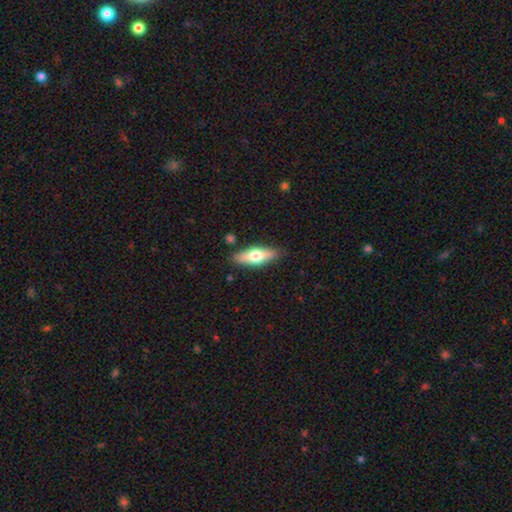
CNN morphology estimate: Q: Smooth or featured?
A: smooth (55%); runner-up: featured or disk (39%)
Q: How rounded?
A: in between (56%); runner-up: cigar-shaped (42%)
Q: Merging?
A: none (86%); runner-up: minor disturbance (10%)